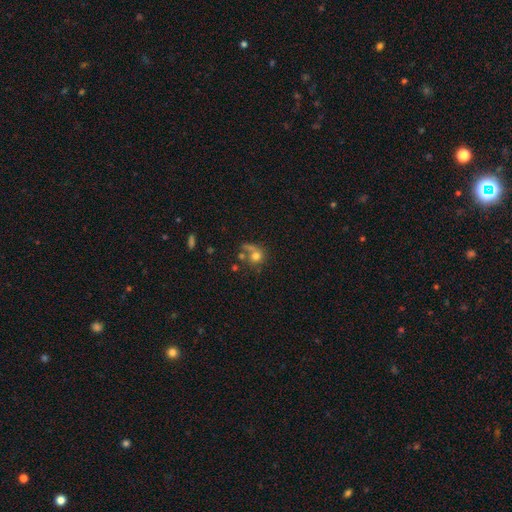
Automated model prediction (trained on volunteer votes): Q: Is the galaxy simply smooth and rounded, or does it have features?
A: smooth — 68%.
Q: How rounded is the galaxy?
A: round — 80%.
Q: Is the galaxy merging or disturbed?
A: none — 40%.